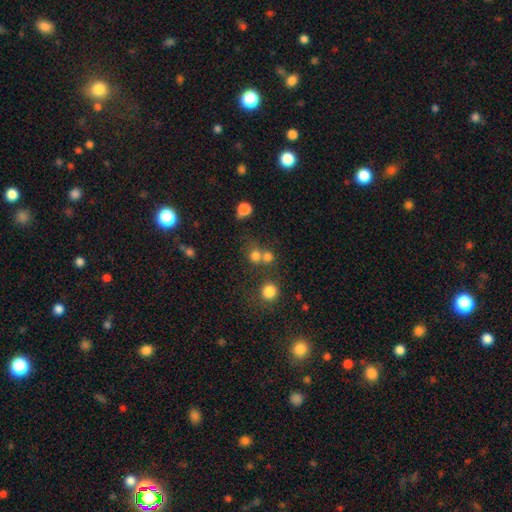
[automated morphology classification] smooth_or_featured: smooth (p=0.74) [alt: star or artifact p=0.17]
how_rounded: round (p=0.84) [alt: in between p=0.14]
merging: none (p=0.51) [alt: merger p=0.36]